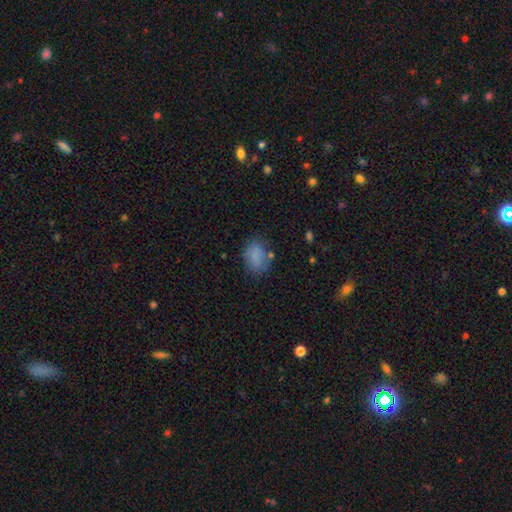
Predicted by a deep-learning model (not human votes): Smooth or featured: smooth — 82% (star or artifact — 10%)
How rounded: in between — 69% (round — 30%)
Merging: none — 69% (minor disturbance — 21%)